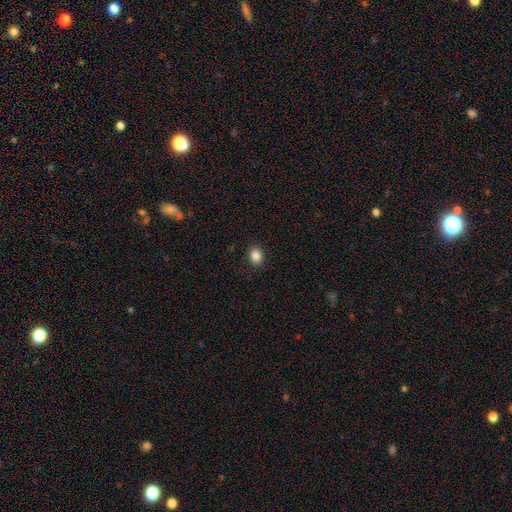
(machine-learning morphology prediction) Smooth or featured? smooth (86%)
How rounded? round (55%)
Merging? none (91%)